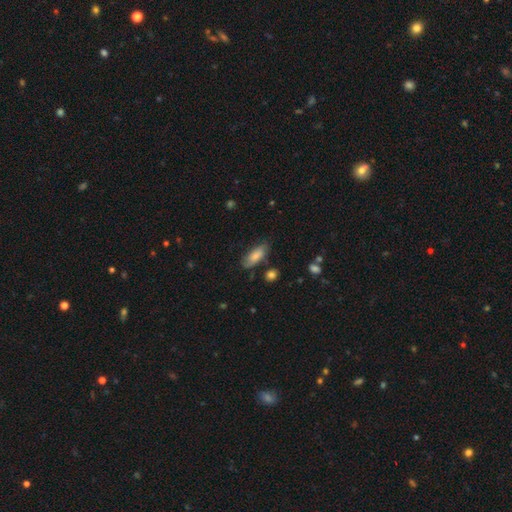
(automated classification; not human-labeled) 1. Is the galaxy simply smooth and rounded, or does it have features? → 74% smooth, 19% featured or disk, 7% star or artifact.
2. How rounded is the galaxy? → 78% in between, 19% cigar-shaped, 2% round.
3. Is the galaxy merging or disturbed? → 71% none, 21% minor disturbance, 5% major disturbance, 4% merger.